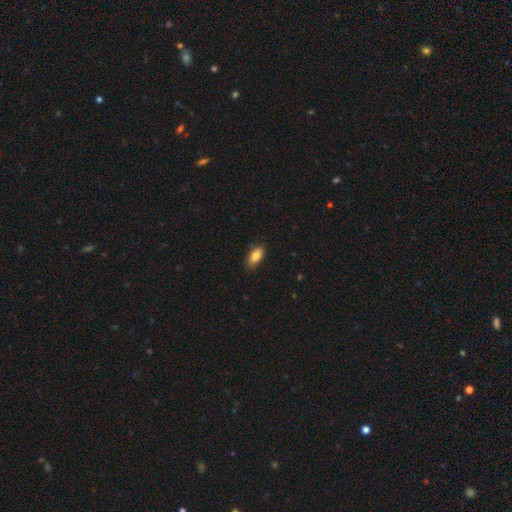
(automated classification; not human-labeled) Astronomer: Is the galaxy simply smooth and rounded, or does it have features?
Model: smooth — 85%.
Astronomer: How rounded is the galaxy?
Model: in between — 90%.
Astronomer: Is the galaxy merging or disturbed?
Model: none — 84%.